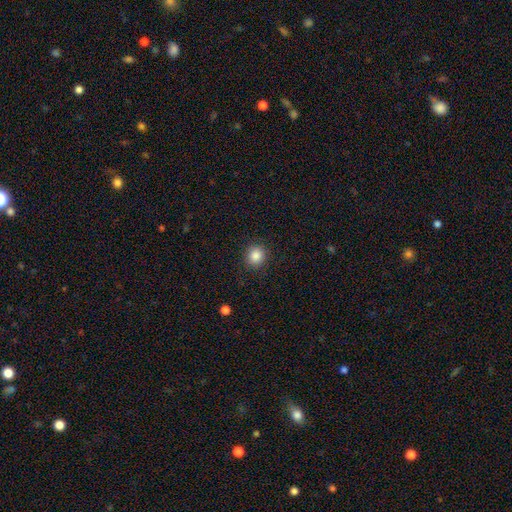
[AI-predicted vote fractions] smooth_or_featured: smooth (p=0.86) [alt: star or artifact p=0.10]
how_rounded: round (p=0.88) [alt: in between p=0.12]
merging: none (p=0.90) [alt: minor disturbance p=0.06]